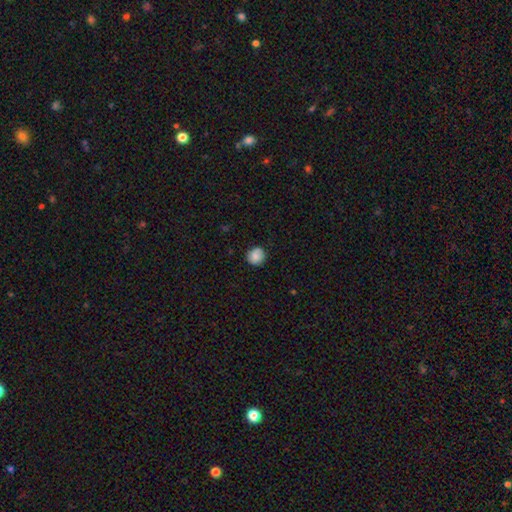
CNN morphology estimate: smooth_or_featured: smooth (p=0.84) [alt: star or artifact p=0.08]
how_rounded: round (p=0.89) [alt: in between p=0.10]
merging: none (p=0.84) [alt: minor disturbance p=0.13]